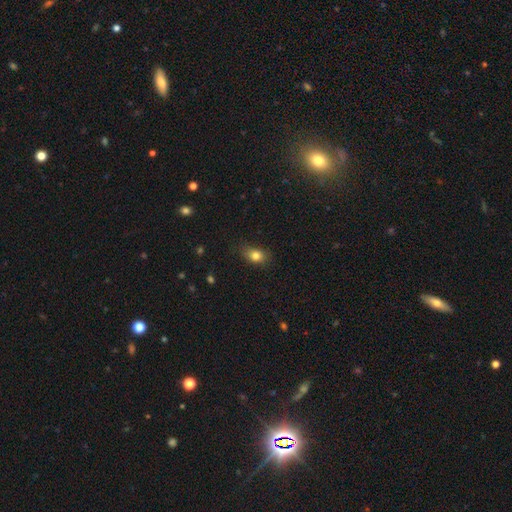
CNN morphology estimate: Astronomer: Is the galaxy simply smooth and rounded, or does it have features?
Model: smooth — 81%.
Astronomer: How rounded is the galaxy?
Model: in between — 73%.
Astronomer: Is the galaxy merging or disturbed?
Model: none — 73%.